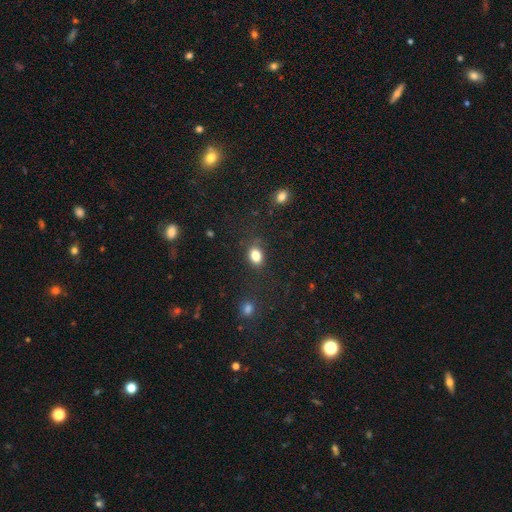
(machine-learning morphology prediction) Smooth or featured? Predicted: smooth (p=0.83). How rounded? Predicted: in between (p=0.71). Merging? Predicted: none (p=0.79).